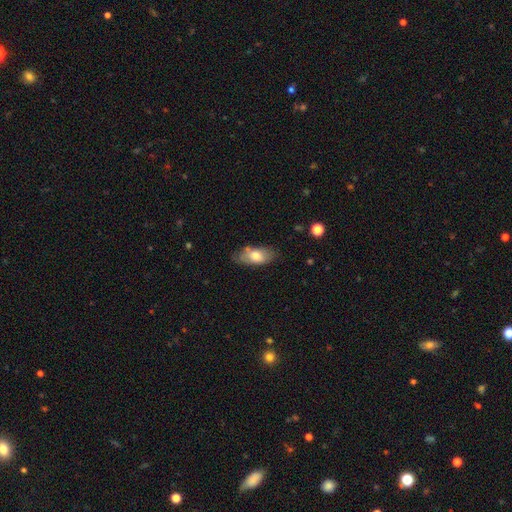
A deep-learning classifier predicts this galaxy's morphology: This appears to be a smooth galaxy with no disk features (72%) that is in between round and cigar-shaped (90%). Merging: none (68%).